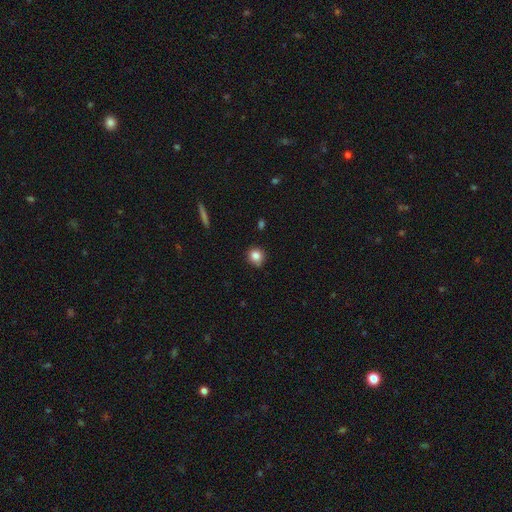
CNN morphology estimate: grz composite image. It shows a smooth galaxy with no disk features (83%) that is round (90%). Merging: none (84%).